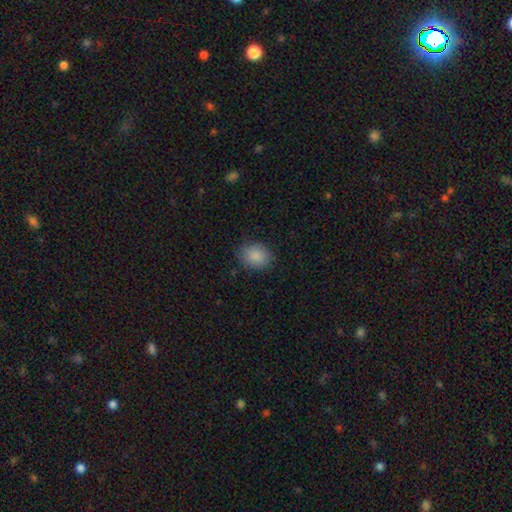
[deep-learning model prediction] smooth 87%, star or artifact 8%, featured or disk 5%. Down the decision tree: how rounded — round (55%); merging — none (83%).